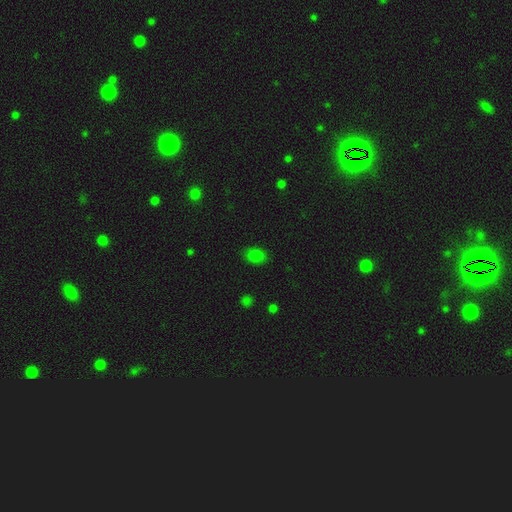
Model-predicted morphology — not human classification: Q: Smooth or featured?
A: smooth (81%); runner-up: star or artifact (15%)
Q: How rounded?
A: in between (75%); runner-up: round (24%)
Q: Merging?
A: none (83%); runner-up: minor disturbance (13%)